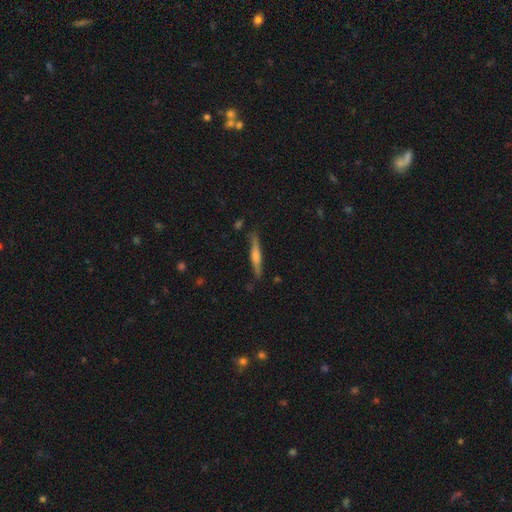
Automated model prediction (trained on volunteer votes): Smooth or featured? featured or disk (67%)
Edge-on disk? yes (97%)
Edge-on bulge? rounded (67%)
Merging? none (86%)